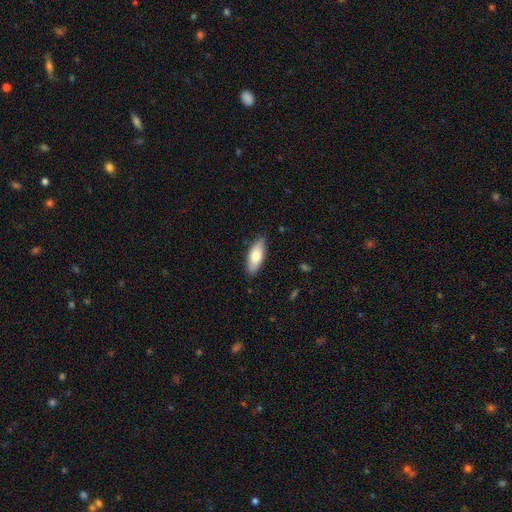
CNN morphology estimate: Smooth or featured?
  - smooth: 74% *
  - featured or disk: 20%
  - star or artifact: 6%
How rounded?
  - in between: 78% *
  - cigar-shaped: 20%
  - round: 2%
Merging?
  - none: 86% *
  - minor disturbance: 11%
  - major disturbance: 2%
  - merger: 1%